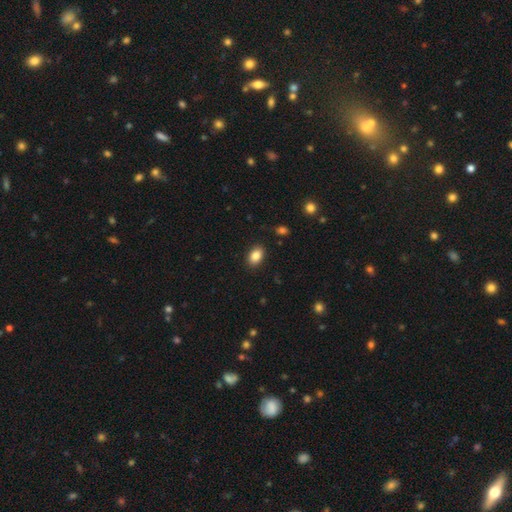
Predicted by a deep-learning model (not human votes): This is clearly a smooth galaxy (86%). How rounded: clearly in between (83%). Merging: clearly none (89%).